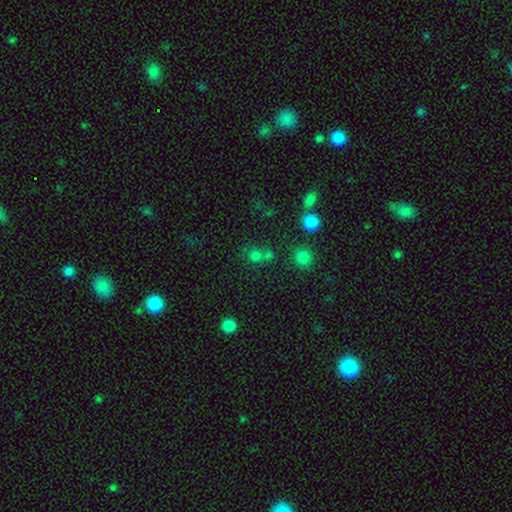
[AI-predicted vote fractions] smooth_or_featured: smooth (p=0.68) [alt: star or artifact p=0.24]
how_rounded: round (p=0.83) [alt: in between p=0.15]
merging: none (p=0.56) [alt: merger p=0.31]